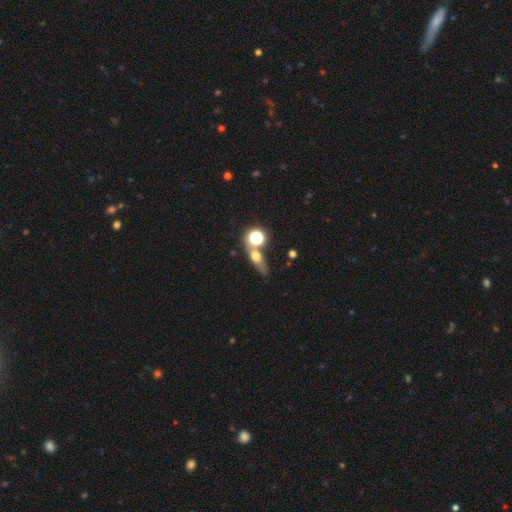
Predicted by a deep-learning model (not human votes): Overall: smooth (54%; featured or disk 24%). How rounded: in between (38%; round 37%). Merging: none (52%; merger 26%).